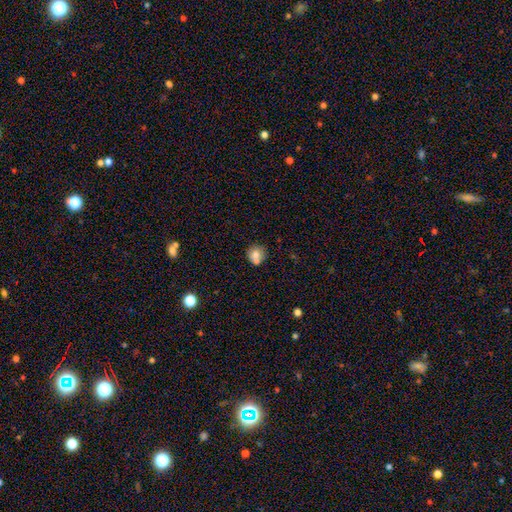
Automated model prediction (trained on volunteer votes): Smooth or featured? smooth (76%)
How rounded? round (86%)
Merging? none (61%)